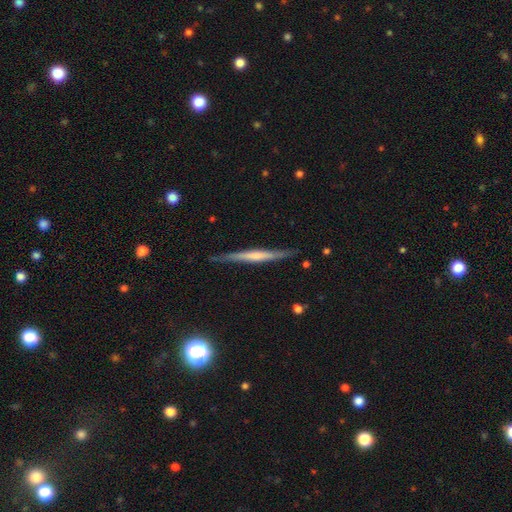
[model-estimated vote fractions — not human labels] Smooth or featured: featured or disk — 63% (smooth — 31%)
Edge-on disk: yes — 97% (no — 3%)
Edge-on bulge: none — 45% (rounded — 35%)
Merging: none — 85% (minor disturbance — 11%)